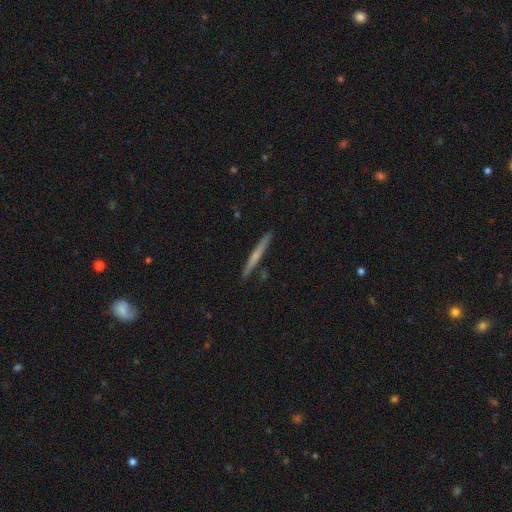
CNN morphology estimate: Smooth or featured?
  - featured or disk: 49% *
  - smooth: 45%
  - star or artifact: 6%
Merging?
  - none: 89% *
  - minor disturbance: 8%
  - merger: 2%
  - major disturbance: 1%